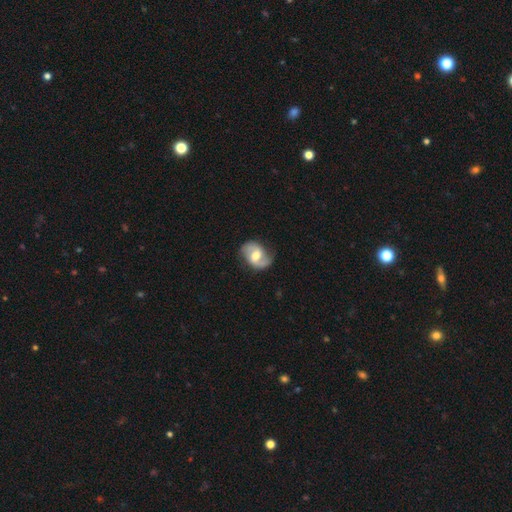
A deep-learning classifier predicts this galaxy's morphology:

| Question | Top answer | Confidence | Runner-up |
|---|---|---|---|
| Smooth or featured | featured or disk | 77% | smooth (17%) |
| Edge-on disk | no | 97% | yes (3%) |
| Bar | weak | 50% | no (33%) |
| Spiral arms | yes | 92% | no (8%) |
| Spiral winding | medium | 45% | loose (38%) |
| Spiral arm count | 2 | 90% | can't tell (4%) |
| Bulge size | moderate | 70% | small (15%) |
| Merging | none | 76% | minor disturbance (17%) |